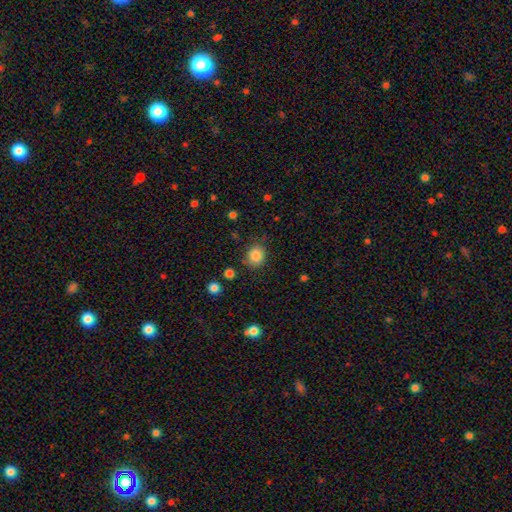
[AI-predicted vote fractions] smooth 85%, star or artifact 10%, featured or disk 5%. Down the decision tree: how rounded — round (72%); merging — none (79%).